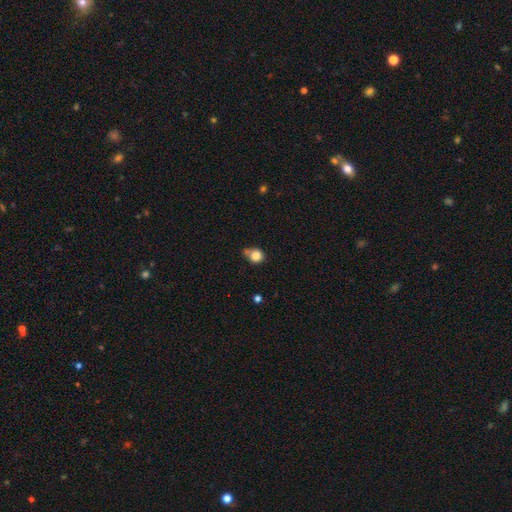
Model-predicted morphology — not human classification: This appears to be a smooth galaxy with no disk features (82%) that is round (78%). Merging: none (47%).